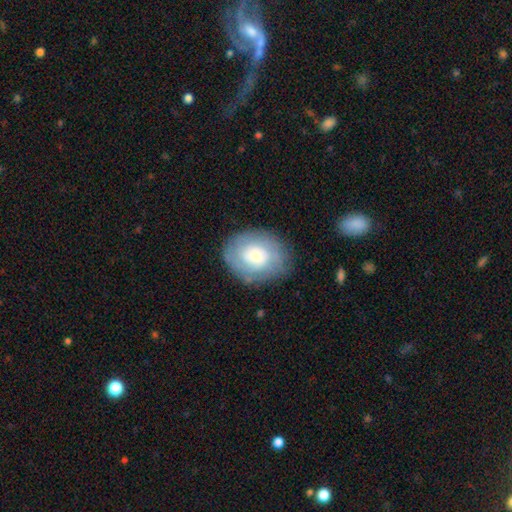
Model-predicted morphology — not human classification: smooth_or_featured: smooth (p=0.48) [alt: featured or disk p=0.45]
merging: none (p=0.76) [alt: minor disturbance p=0.16]